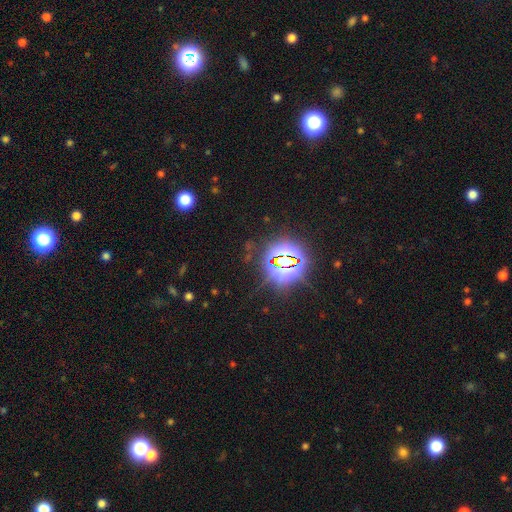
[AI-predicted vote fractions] This is clearly a star or artifact rather than a galaxy (82%).